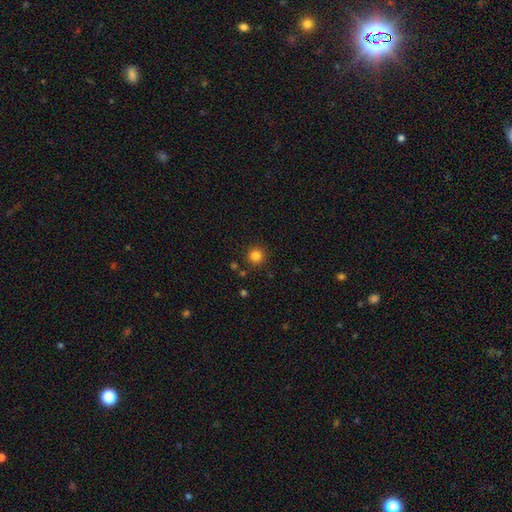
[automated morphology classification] Smooth or featured? Predicted: smooth (p=0.83). How rounded? Predicted: round (p=0.94). Merging? Predicted: none (p=0.89).